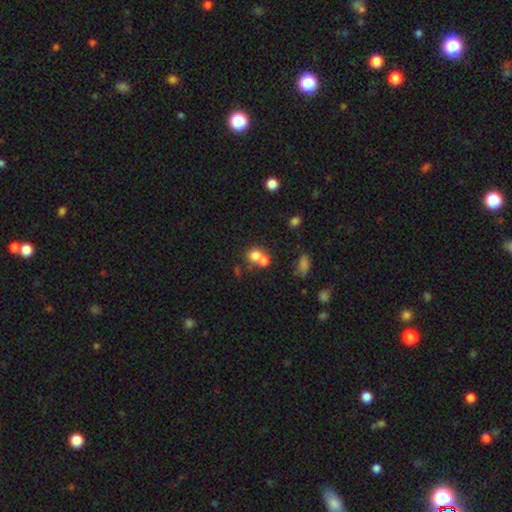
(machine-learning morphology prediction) Overall: smooth (73%). How rounded: round (77%). Merging: merger (54%; none 36%).